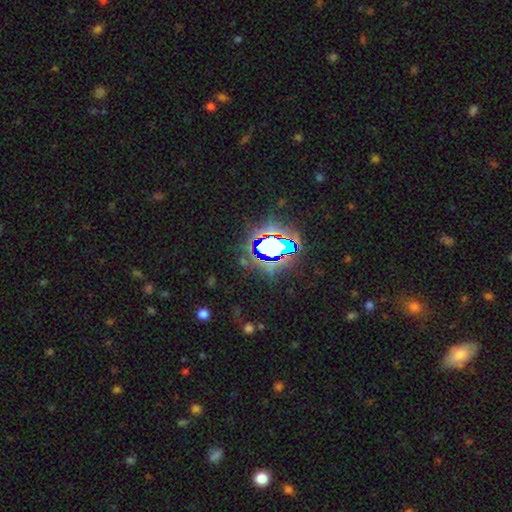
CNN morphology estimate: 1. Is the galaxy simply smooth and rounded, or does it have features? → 81% star or artifact, 11% smooth, 7% featured or disk.